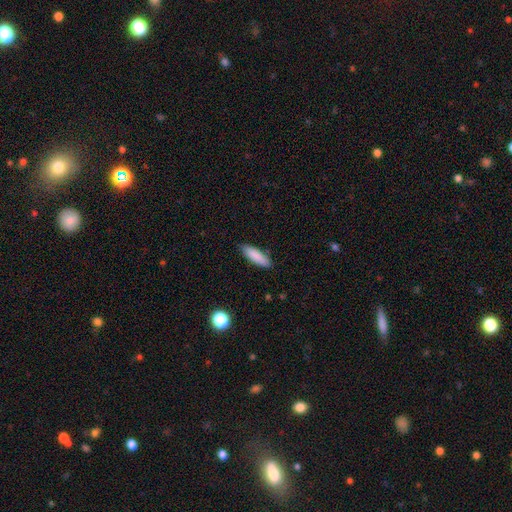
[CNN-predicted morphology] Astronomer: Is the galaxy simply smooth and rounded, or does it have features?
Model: smooth — 87%.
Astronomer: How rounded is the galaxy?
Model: cigar-shaped — 54% (runner-up: in between, 45%).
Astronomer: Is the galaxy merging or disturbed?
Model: none — 86%.